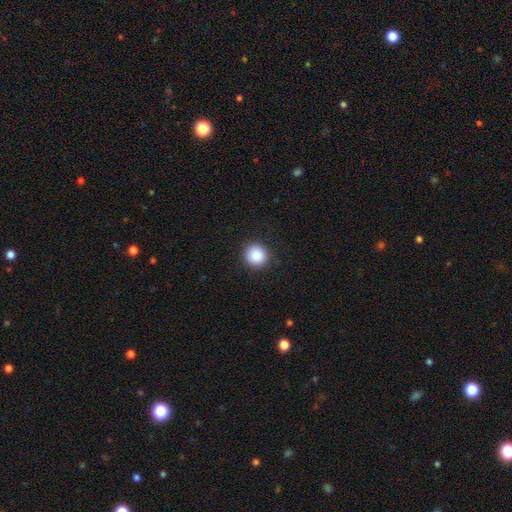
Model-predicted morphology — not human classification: Smooth or featured: smooth — 88% (star or artifact — 9%)
How rounded: round — 93% (in between — 6%)
Merging: none — 91% (minor disturbance — 6%)